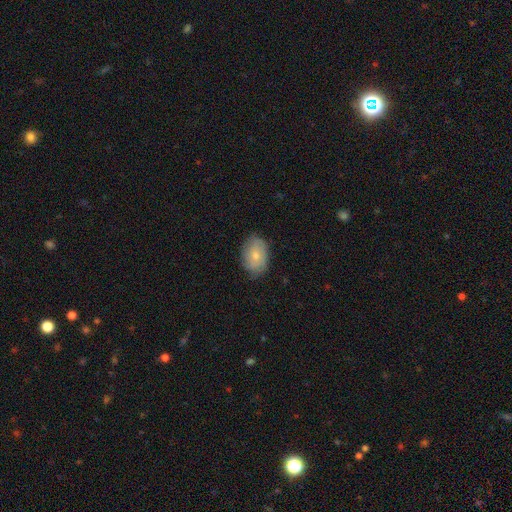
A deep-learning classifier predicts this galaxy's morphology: type=smooth (64%); roundness=in between (81%); merging=none (72%).